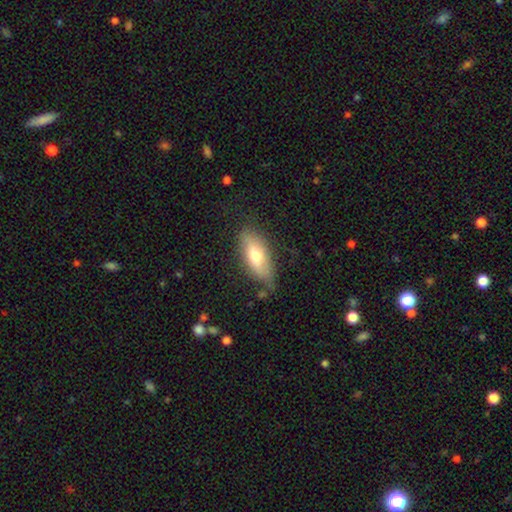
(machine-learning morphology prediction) The model was most divided on "smooth or featured": smooth: 62%, featured or disk: 31%, star or artifact: 7%. More confident: how rounded — in between (76%); merging — none (70%).